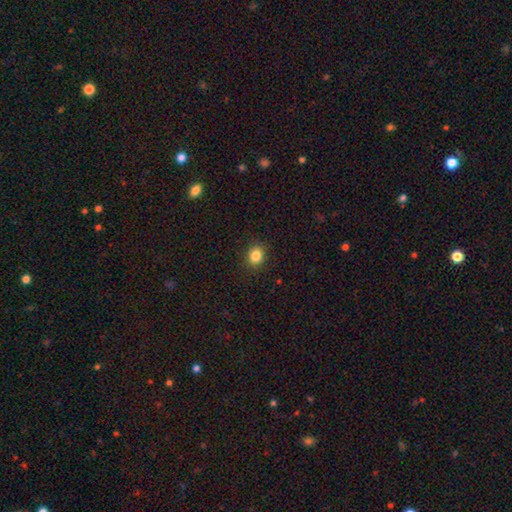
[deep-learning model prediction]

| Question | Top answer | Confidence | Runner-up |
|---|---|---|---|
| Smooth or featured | smooth | 85% | star or artifact (11%) |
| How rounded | round | 57% | in between (42%) |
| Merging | none | 89% | minor disturbance (8%) |